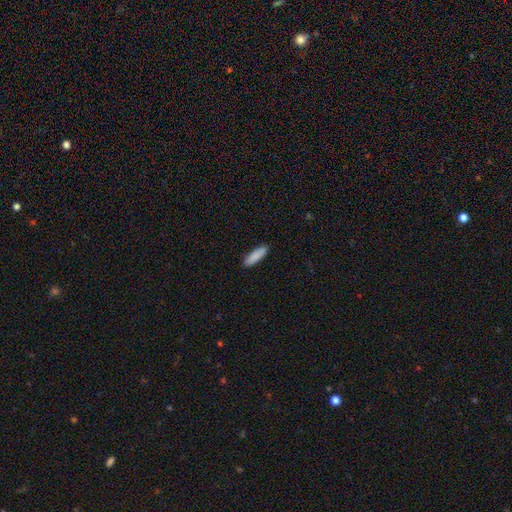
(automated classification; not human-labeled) Overall: smooth (89%). How rounded: cigar-shaped (63%; in between 36%). Merging: none (90%).